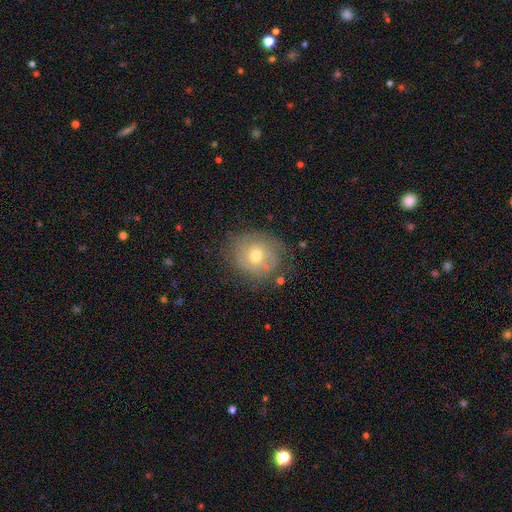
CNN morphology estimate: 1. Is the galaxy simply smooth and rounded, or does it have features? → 46% smooth, 43% featured or disk, 11% star or artifact.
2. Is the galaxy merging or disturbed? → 71% none, 19% minor disturbance, 7% major disturbance, 2% merger.